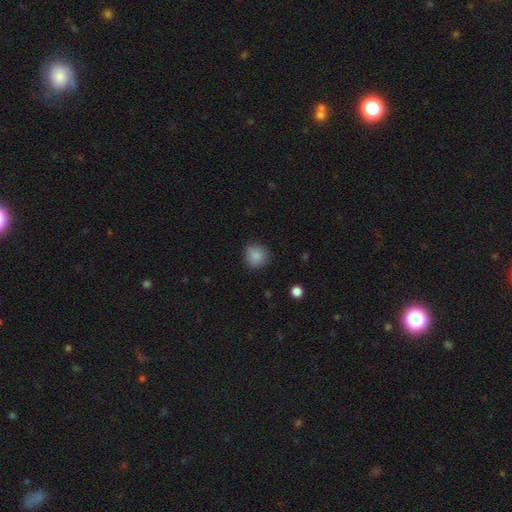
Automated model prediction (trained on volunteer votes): This is clearly a smooth galaxy (86%). How rounded: clearly round (90%). Merging: clearly none (83%).